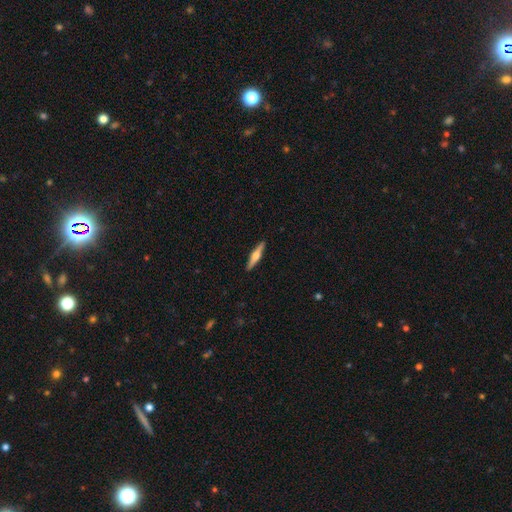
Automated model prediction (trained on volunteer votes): This appears to be a featured or disk galaxy (61%) viewed edge-on (97%) with a rounded central bulge (89%). Merging: none (91%).